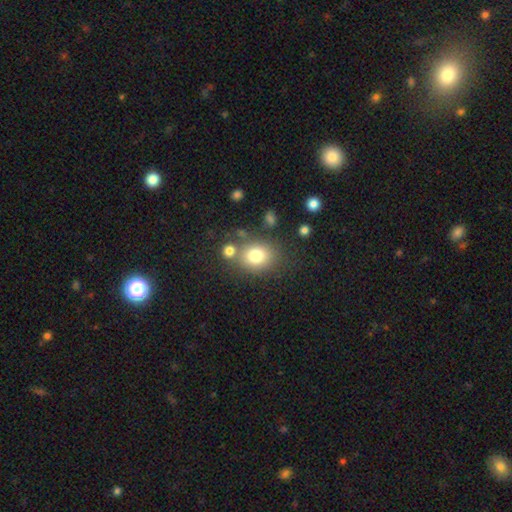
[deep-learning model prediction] smooth_or_featured: smooth (p=0.78) [alt: star or artifact p=0.11]
how_rounded: round (p=0.55) [alt: in between p=0.44]
merging: none (p=0.66) [alt: merger p=0.16]